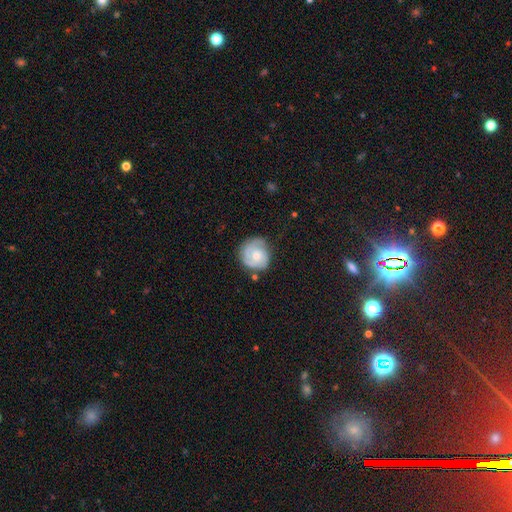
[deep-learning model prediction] Smooth or featured? Predicted: featured or disk (p=0.61). Edge-on disk? Predicted: no (p=0.98). Bar? Predicted: no (p=0.75). Spiral arms? Predicted: yes (p=0.86). Spiral winding? Predicted: tight (p=0.61). Spiral arm count? Predicted: 2 (p=0.43). Bulge size? Predicted: moderate (p=0.53). Merging? Predicted: none (p=0.66).